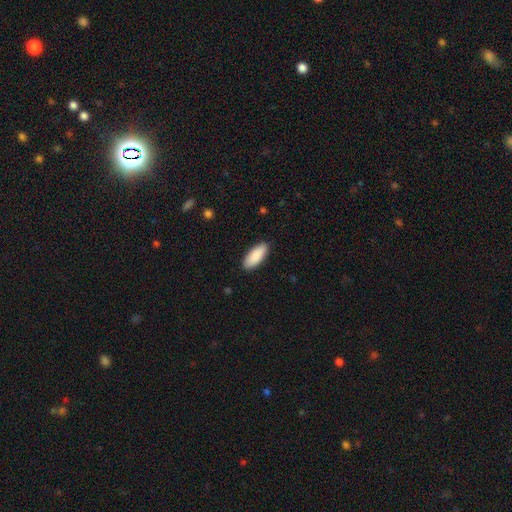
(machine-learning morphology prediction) Overall: smooth (89%). How rounded: in between (82%). Merging: none (89%).